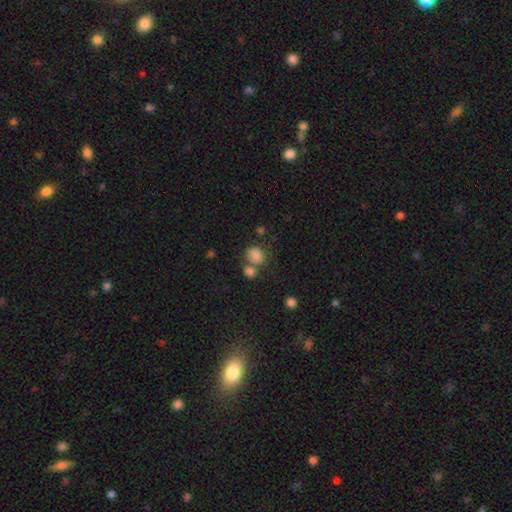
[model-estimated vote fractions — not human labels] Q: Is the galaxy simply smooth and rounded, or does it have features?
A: smooth — 82%.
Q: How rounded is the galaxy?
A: round — 71%.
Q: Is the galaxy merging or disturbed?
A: none — 46%.